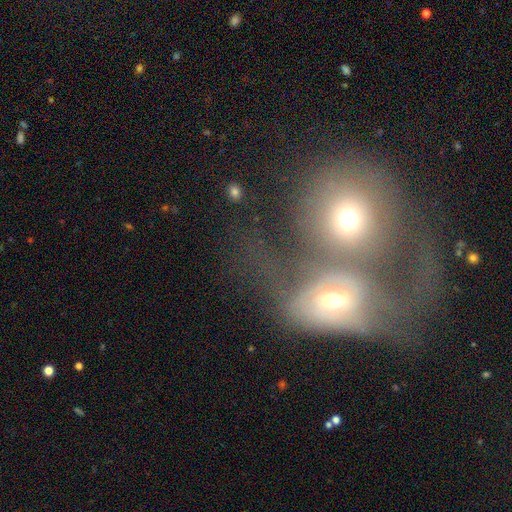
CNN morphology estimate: A smooth galaxy with no disk features (46%). Merging: merger (79%).